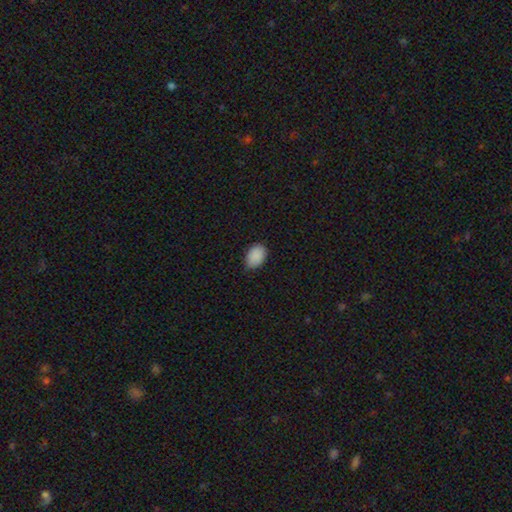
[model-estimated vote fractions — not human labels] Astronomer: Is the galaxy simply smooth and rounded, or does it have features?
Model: smooth — 89%.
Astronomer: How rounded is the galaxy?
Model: in between — 84%.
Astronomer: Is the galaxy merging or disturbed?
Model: none — 74%.